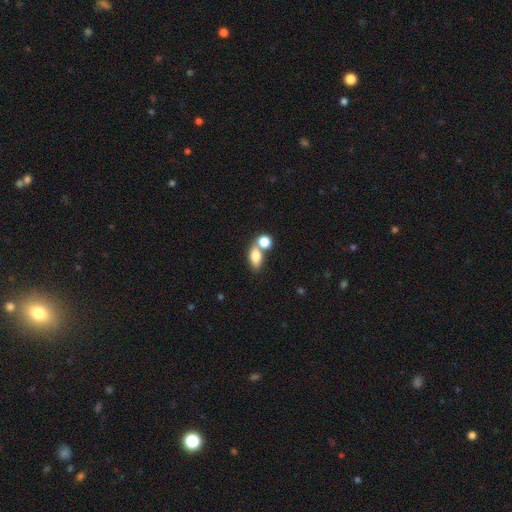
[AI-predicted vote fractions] This appears to be a smooth galaxy with no disk features (78%) that is in between round and cigar-shaped (79%). Merging: merger (44%).